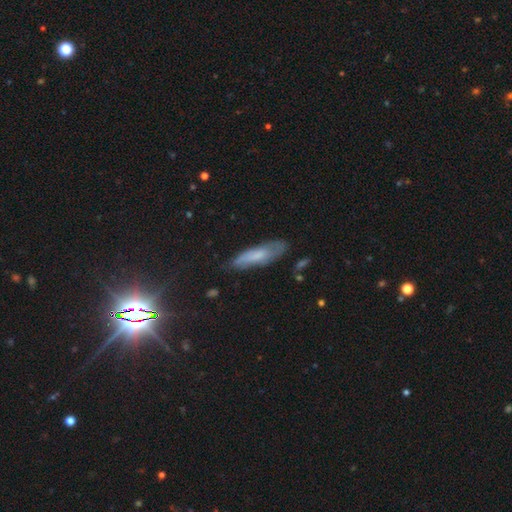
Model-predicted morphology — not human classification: A smooth galaxy with no disk features (59%) that is cigar-shaped (62%). Merging: none (68%).